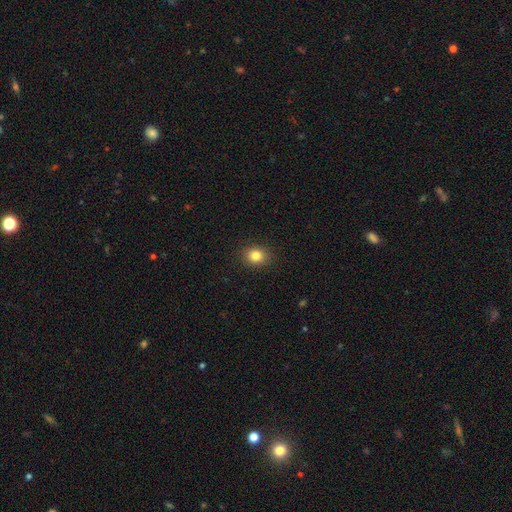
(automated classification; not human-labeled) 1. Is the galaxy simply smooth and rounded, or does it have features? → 83% smooth, 11% star or artifact, 6% featured or disk.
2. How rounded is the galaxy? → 60% round, 39% in between, 1% cigar-shaped.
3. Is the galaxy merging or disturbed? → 89% none, 8% minor disturbance, 2% major disturbance, 1% merger.